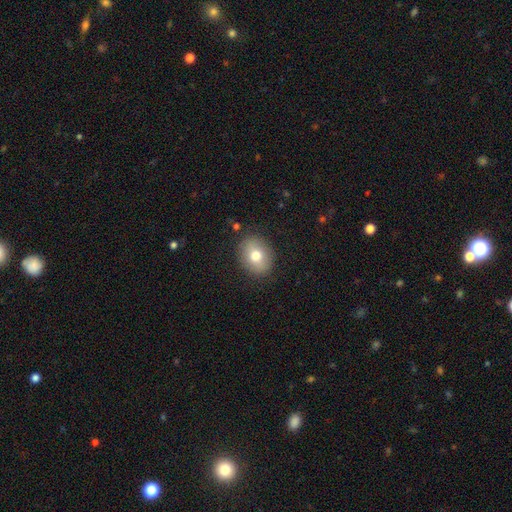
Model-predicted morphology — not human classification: Smooth or featured? smooth (74%)
How rounded? in between (50%)
Merging? none (86%)